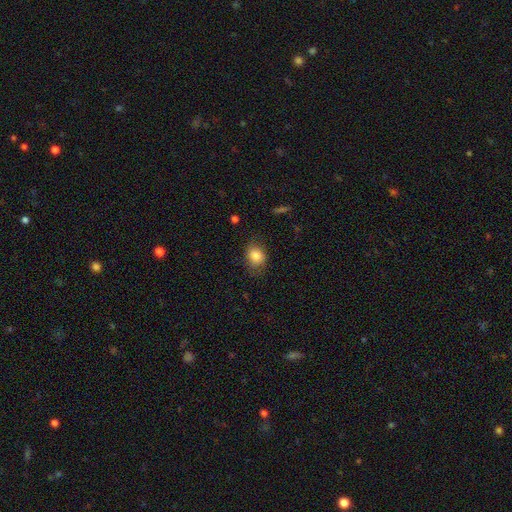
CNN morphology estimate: type=smooth (83%); roundness=round (50%); merging=none (73%).